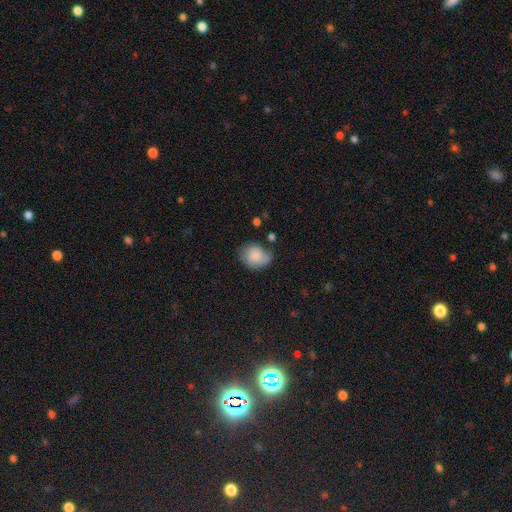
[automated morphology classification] The model was most divided on "how rounded": round: 53%, in between: 46%, cigar-shaped: 1%. More confident: smooth or featured — smooth (79%); merging — none (54%).